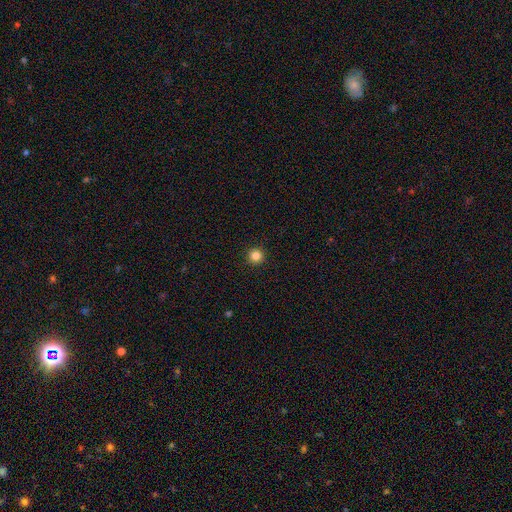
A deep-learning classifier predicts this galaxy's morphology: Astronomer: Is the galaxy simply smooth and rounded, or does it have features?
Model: smooth — 84%.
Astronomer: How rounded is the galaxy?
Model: round — 96%.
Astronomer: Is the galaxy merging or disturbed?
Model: none — 93%.